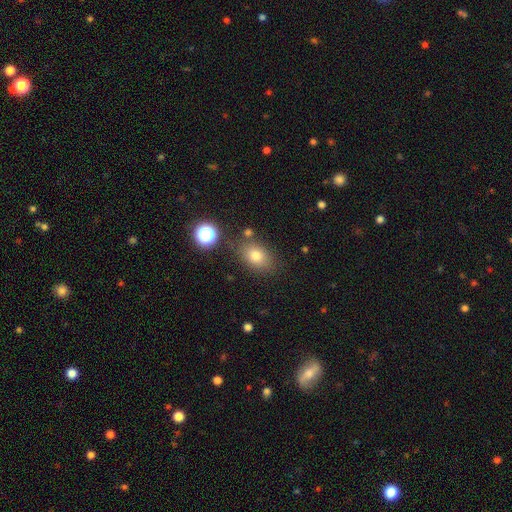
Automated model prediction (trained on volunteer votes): This appears to be a smooth galaxy with no disk features (77%) that is in between round and cigar-shaped (72%). Merging: none (76%).